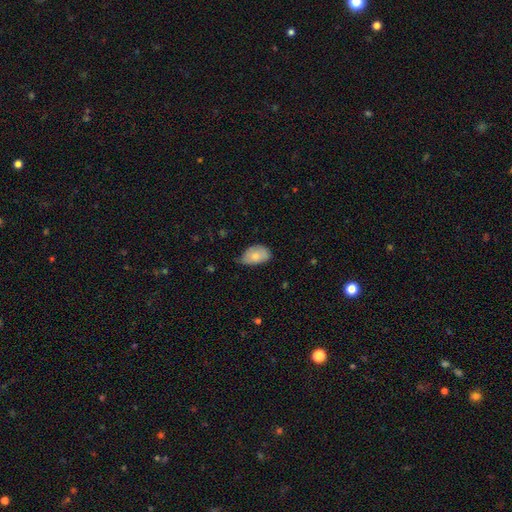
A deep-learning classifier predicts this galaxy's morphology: Smooth or featured? Predicted: smooth (p=0.76). How rounded? Predicted: in between (p=0.90). Merging? Predicted: minor disturbance (p=0.48).